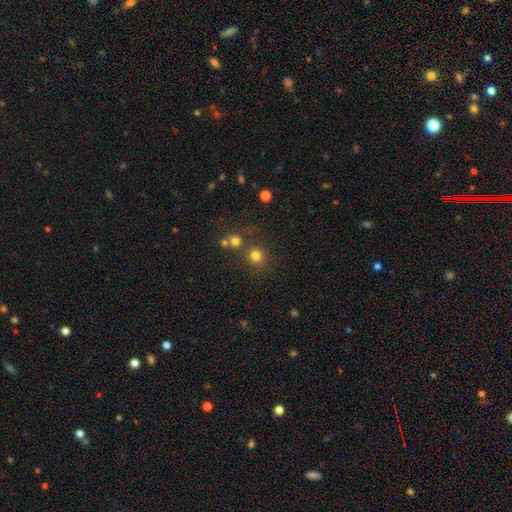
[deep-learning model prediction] This is likely a smooth galaxy (76%). How rounded: clearly round (90%). Merging: likely none (74%).